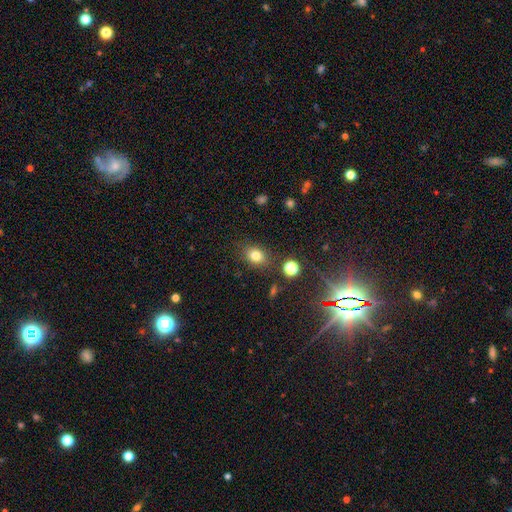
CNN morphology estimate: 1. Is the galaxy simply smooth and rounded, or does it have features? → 79% smooth, 13% star or artifact, 8% featured or disk.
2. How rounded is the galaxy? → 58% in between, 41% round, 1% cigar-shaped.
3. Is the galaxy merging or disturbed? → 79% none, 13% minor disturbance, 4% merger, 4% major disturbance.